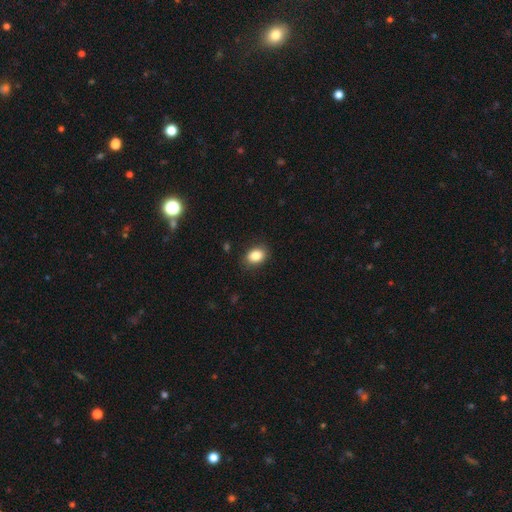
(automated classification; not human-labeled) Smooth or featured: smooth — 86% (star or artifact — 9%)
How rounded: in between — 72% (round — 27%)
Merging: none — 86% (minor disturbance — 11%)